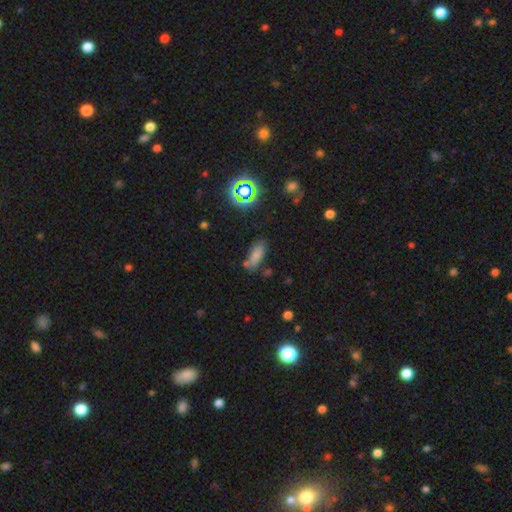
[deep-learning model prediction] This appears to be a smooth galaxy with no disk features (72%) that is in between round and cigar-shaped (73%). Merging: none (61%).